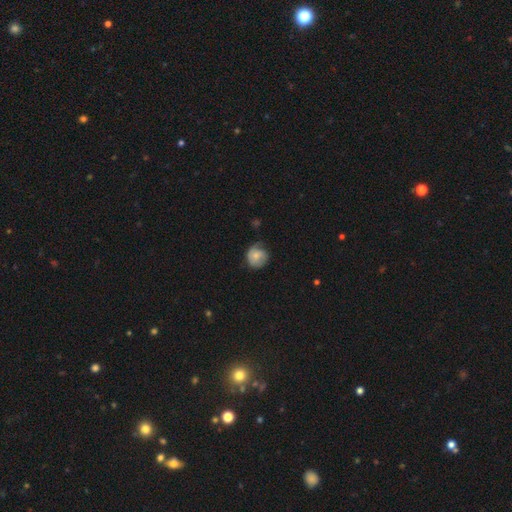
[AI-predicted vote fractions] smooth-or-featured: smooth: 60% | featured or disk: 33% | star or artifact: 7%
  how-rounded: round: 82% | in between: 17% | cigar-shaped: 1%
  merging: none: 54% | minor disturbance: 32% | major disturbance: 12% | merger: 2%